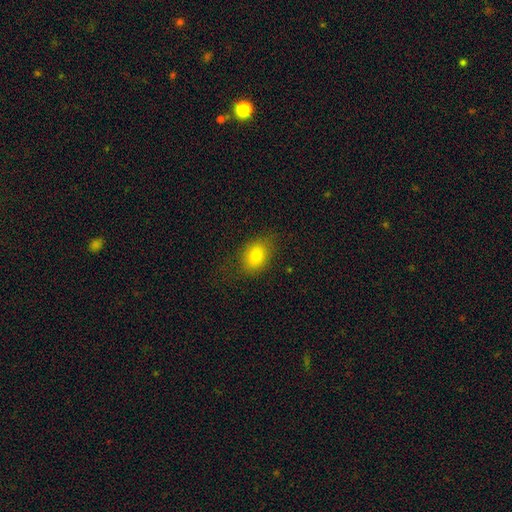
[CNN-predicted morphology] smooth-or-featured: smooth: 78% | featured or disk: 11% | star or artifact: 10%
  how-rounded: in between: 67% | round: 32% | cigar-shaped: 1%
  merging: none: 76% | minor disturbance: 17% | major disturbance: 6% | merger: 1%